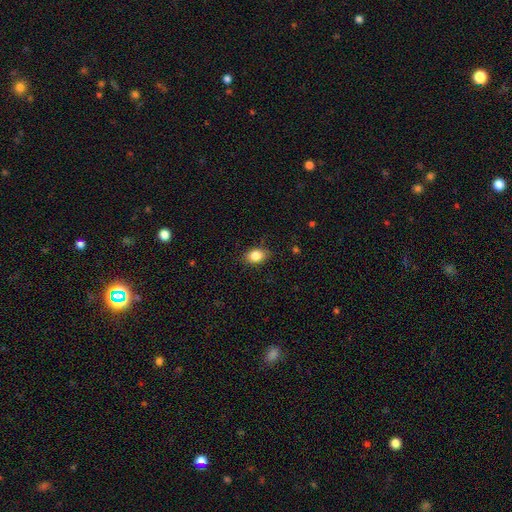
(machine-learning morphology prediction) A smooth galaxy with no disk features (84%) that is in between round and cigar-shaped (73%). Merging: none (82%).